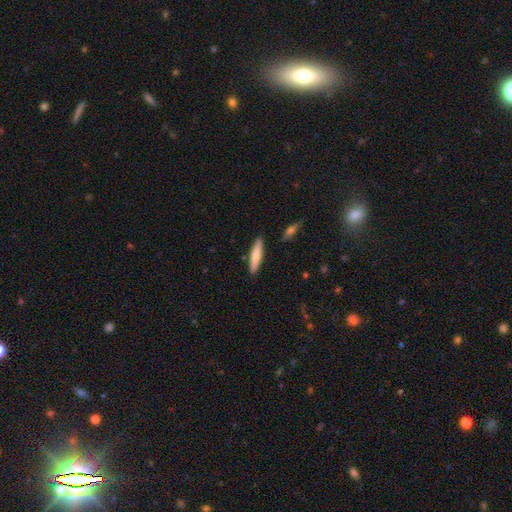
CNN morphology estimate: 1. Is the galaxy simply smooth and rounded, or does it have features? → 77% smooth, 18% featured or disk, 5% star or artifact.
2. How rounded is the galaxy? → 82% cigar-shaped, 16% in between, 1% round.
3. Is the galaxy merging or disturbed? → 88% none, 8% minor disturbance, 2% merger, 2% major disturbance.